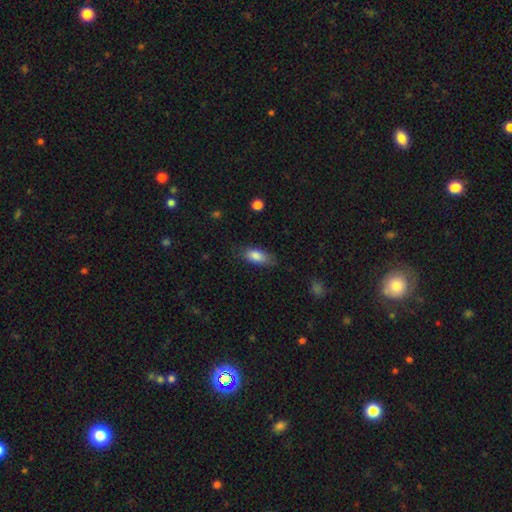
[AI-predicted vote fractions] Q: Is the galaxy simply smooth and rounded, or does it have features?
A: smooth — 84%.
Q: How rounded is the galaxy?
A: in between — 83%.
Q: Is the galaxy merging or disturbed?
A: none — 73%.